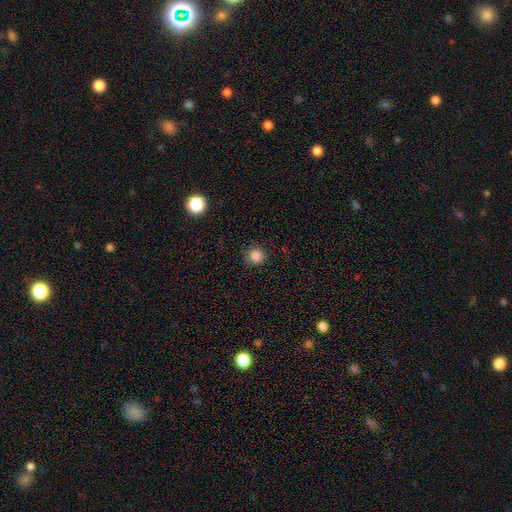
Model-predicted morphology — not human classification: smooth 85%, star or artifact 12%, featured or disk 3%. Down the decision tree: how rounded — round (93%); merging — none (85%).